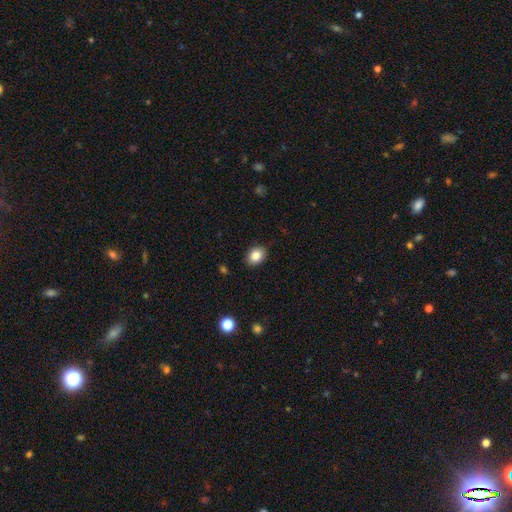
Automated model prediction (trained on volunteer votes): The model was most divided on "how rounded": in between: 63%, round: 36%, cigar-shaped: 1%. More confident: merging — none (88%); smooth or featured — smooth (84%).